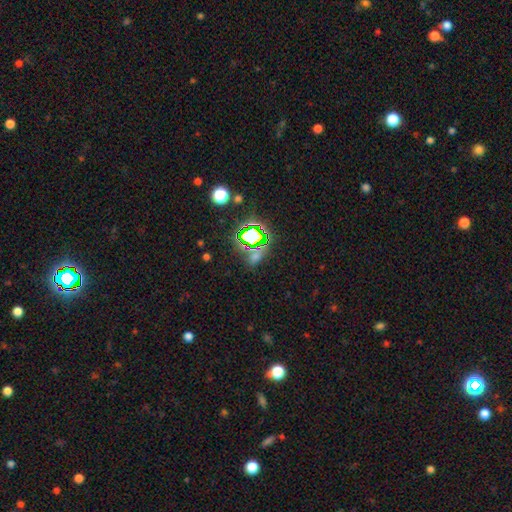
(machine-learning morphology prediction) This appears to be a star or artifact, not a galaxy (65%).